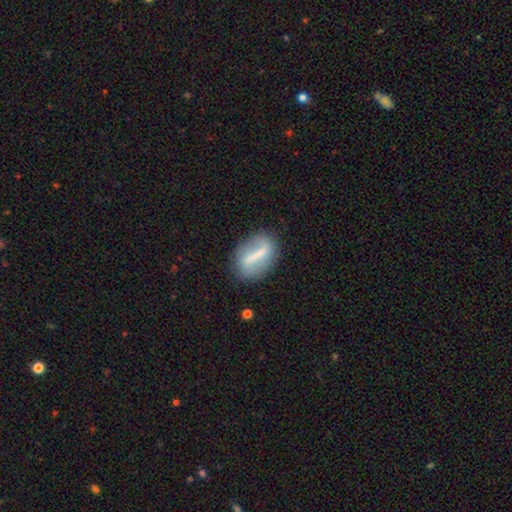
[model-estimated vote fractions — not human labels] This appears to be a featured or disk galaxy (51%). Merging: none (80%).